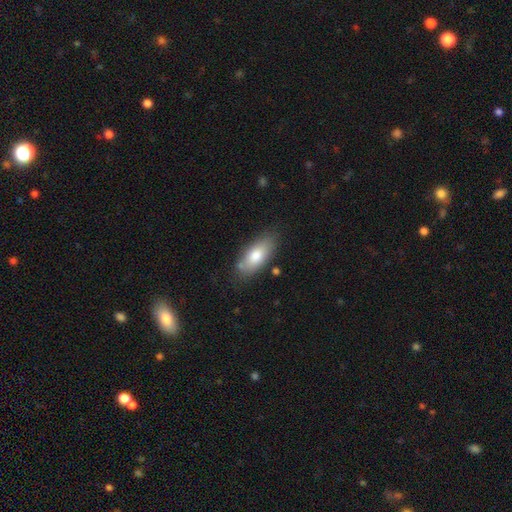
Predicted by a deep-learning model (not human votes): This appears to be a smooth galaxy with no disk features (76%) that is in between round and cigar-shaped (85%). Merging: none (77%).